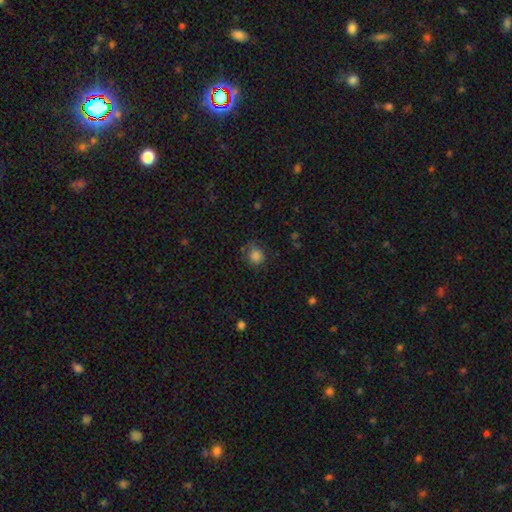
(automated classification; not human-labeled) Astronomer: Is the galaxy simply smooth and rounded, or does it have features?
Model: smooth — 84%.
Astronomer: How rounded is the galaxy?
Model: round — 79%.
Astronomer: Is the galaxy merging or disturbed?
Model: none — 67%.